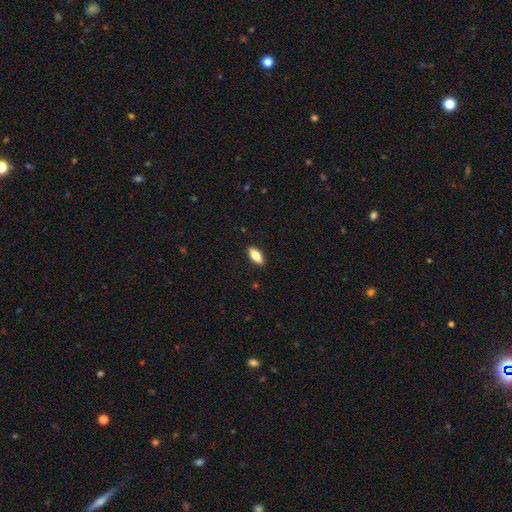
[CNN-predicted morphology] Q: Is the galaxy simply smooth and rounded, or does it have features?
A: smooth — 74%.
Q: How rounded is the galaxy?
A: in between — 80%.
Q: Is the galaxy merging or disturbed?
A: none — 90%.